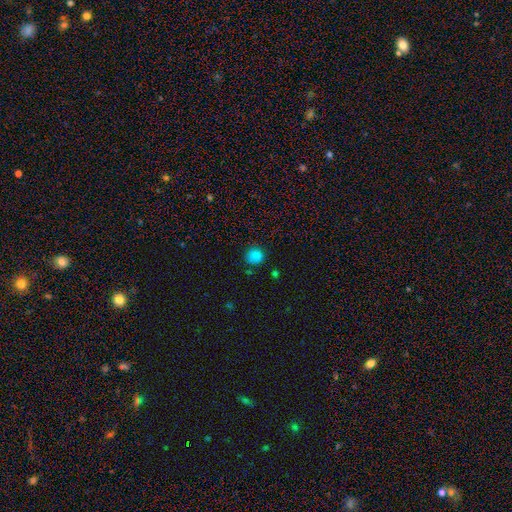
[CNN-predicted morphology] Smooth or featured: smooth — 82% (star or artifact — 13%)
How rounded: round — 88% (in between — 11%)
Merging: none — 78% (minor disturbance — 15%)